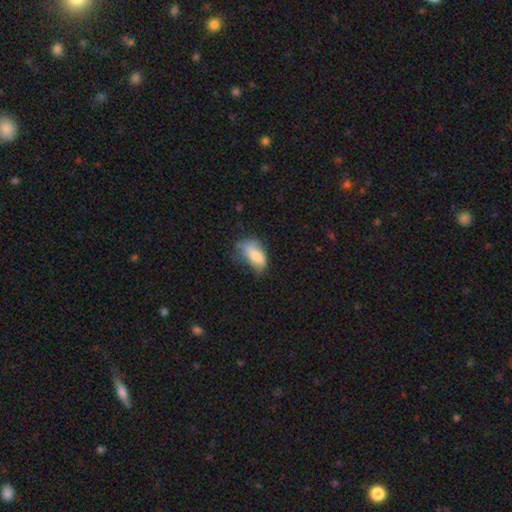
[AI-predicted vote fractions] Smooth or featured? Predicted: smooth (p=0.75). How rounded? Predicted: in between (p=0.90). Merging? Predicted: minor disturbance (p=0.40).